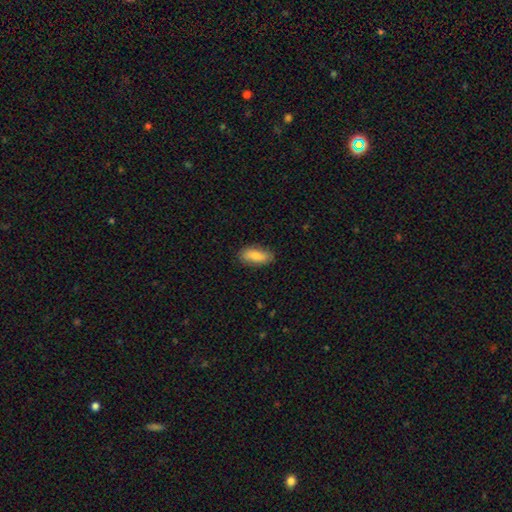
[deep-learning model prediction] This appears to be a smooth galaxy with no disk features (80%) that is in between round and cigar-shaped (83%). Merging: none (84%).